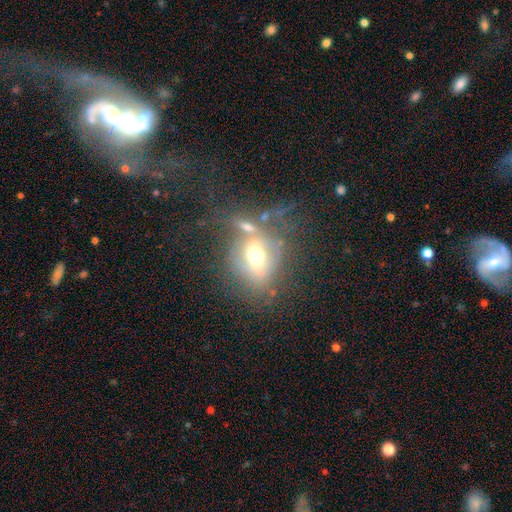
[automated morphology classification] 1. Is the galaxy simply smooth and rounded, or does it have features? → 48% smooth, 38% featured or disk, 14% star or artifact.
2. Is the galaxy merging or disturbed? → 39% none, 24% merger, 19% minor disturbance, 19% major disturbance.